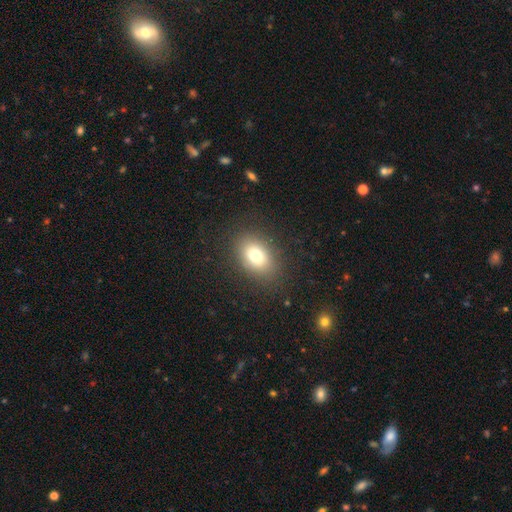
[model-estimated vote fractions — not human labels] smooth 75%, featured or disk 13%, star or artifact 12%. Down the decision tree: how rounded — in between (75%); merging — none (84%).